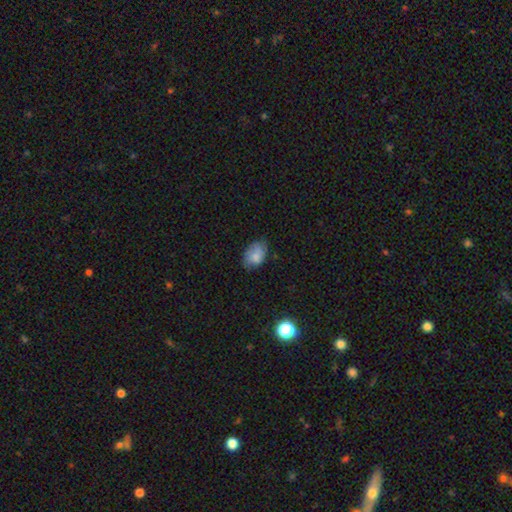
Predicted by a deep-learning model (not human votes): Smooth or featured? smooth (72%)
How rounded? in between (87%)
Merging? none (64%)